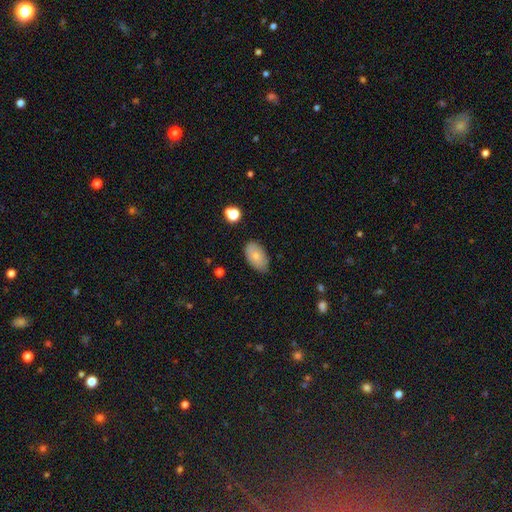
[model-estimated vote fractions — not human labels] Smooth or featured: smooth — 78% (featured or disk — 15%)
How rounded: in between — 92% (round — 6%)
Merging: none — 74% (minor disturbance — 21%)